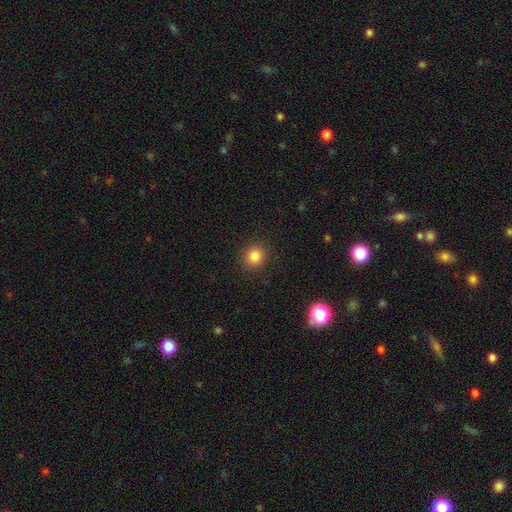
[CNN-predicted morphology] The model was most divided on "smooth or featured": smooth: 84%, star or artifact: 12%, featured or disk: 5%. More confident: merging — none (91%); how rounded — round (90%).